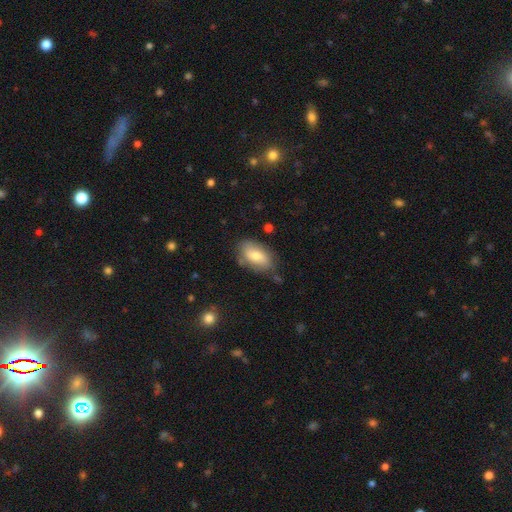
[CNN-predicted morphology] This is likely a smooth galaxy (72%). How rounded: clearly in between (92%). Merging: likely none (71%).